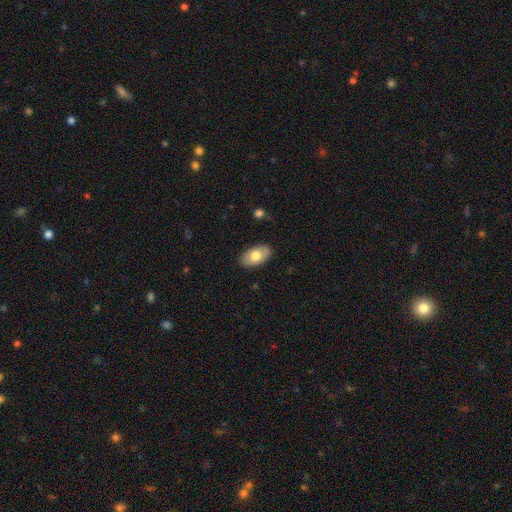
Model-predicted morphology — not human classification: Smooth or featured? Predicted: smooth (p=0.72). How rounded? Predicted: in between (p=0.94). Merging? Predicted: none (p=0.85).